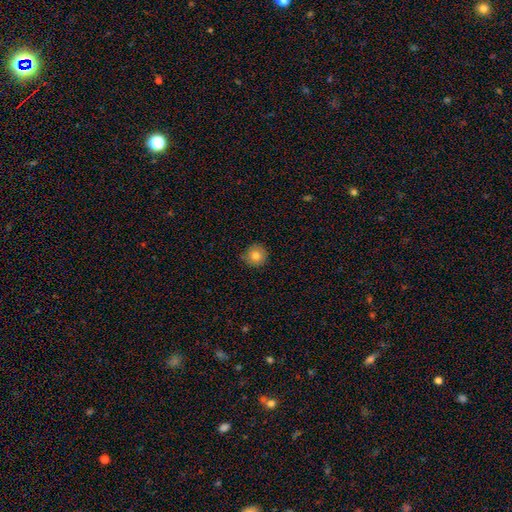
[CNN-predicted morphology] Overall: smooth (81%). How rounded: round (95%). Merging: none (87%).